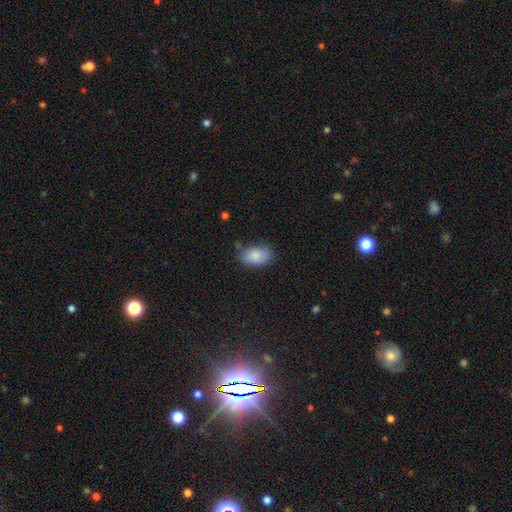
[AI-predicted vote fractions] A smooth galaxy with no disk features (84%) that is in between round and cigar-shaped (89%).

Vote fractions:
- Smooth or featured? smooth: 84% / featured or disk: 8% / star or artifact: 7%
- How rounded? in between: 89% / round: 9% / cigar-shaped: 2%
- Merging? none: 71% / minor disturbance: 21% / major disturbance: 5% / merger: 3%